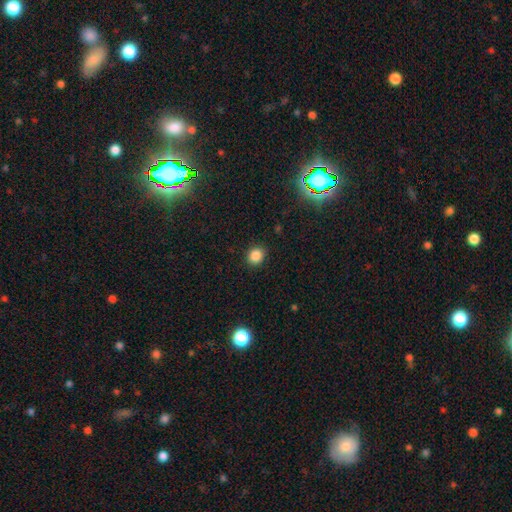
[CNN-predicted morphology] A smooth galaxy with no disk features (86%) that is round (74%). Merging: none (89%).